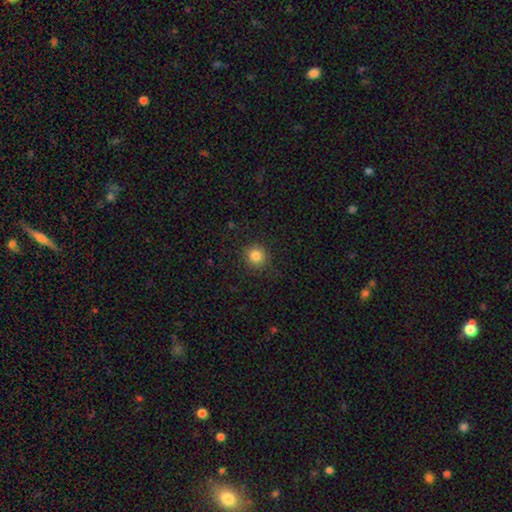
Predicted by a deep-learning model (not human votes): smooth-or-featured: smooth: 84% | star or artifact: 11% | featured or disk: 5%
  how-rounded: round: 92% | in between: 7% | cigar-shaped: 1%
  merging: none: 86% | minor disturbance: 9% | major disturbance: 3% | merger: 1%